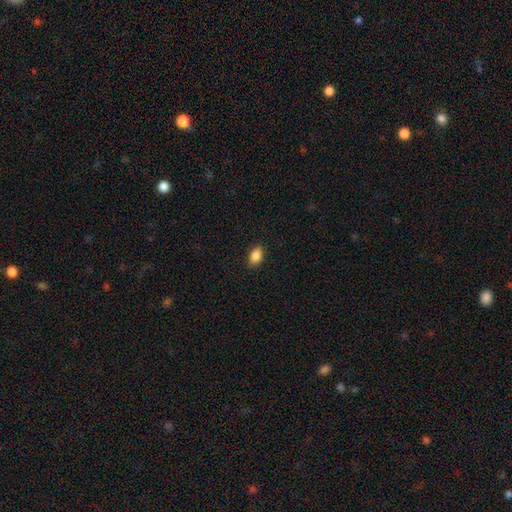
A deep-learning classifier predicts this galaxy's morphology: This is clearly a smooth galaxy (88%). How rounded: clearly in between (87%). Merging: clearly none (88%).